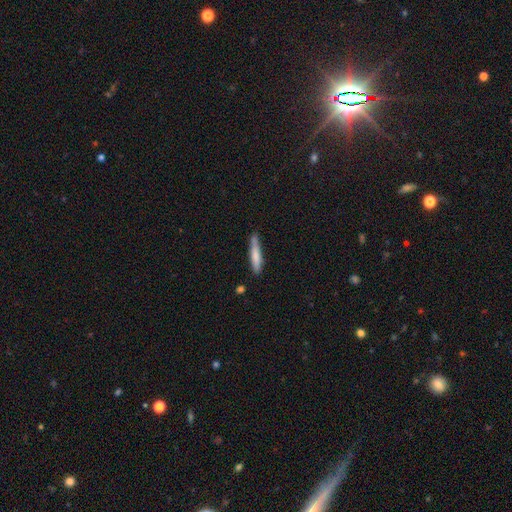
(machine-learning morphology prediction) smooth_or_featured: smooth (p=0.73) [alt: featured or disk p=0.21]
how_rounded: cigar-shaped (p=0.91) [alt: in between p=0.07]
merging: none (p=0.76) [alt: minor disturbance p=0.18]